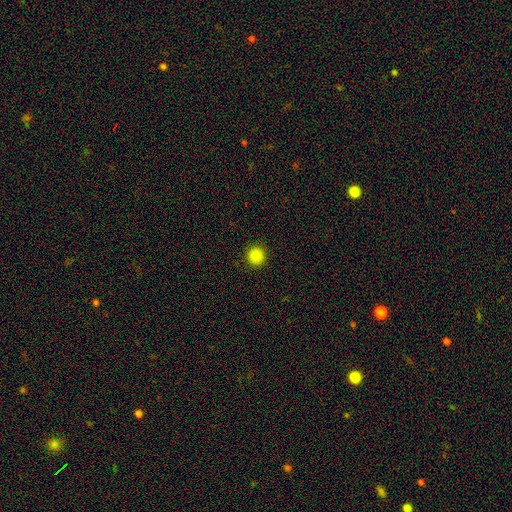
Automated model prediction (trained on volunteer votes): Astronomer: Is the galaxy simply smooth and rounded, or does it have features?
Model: smooth — 86%.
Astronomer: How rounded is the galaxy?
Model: round — 95%.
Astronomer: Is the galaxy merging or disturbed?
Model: none — 92%.